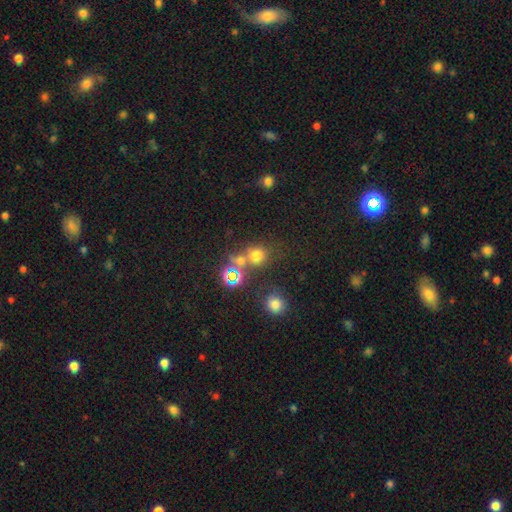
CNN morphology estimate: Smooth or featured? Predicted: smooth (p=0.65). How rounded? Predicted: round (p=0.82). Merging? Predicted: none (p=0.59).